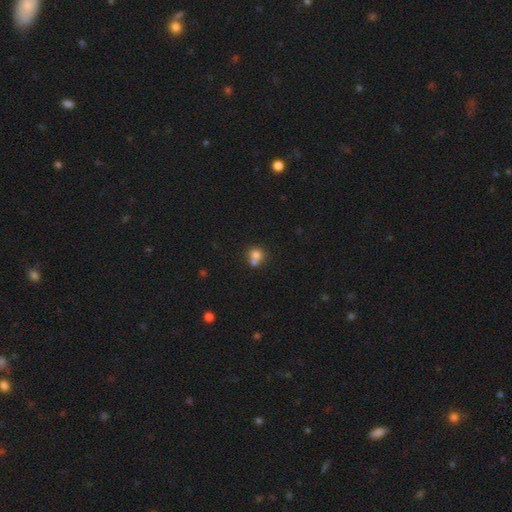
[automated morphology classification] This is likely a smooth galaxy (74%). How rounded: clearly round (82%). Merging: possibly merger (50%).